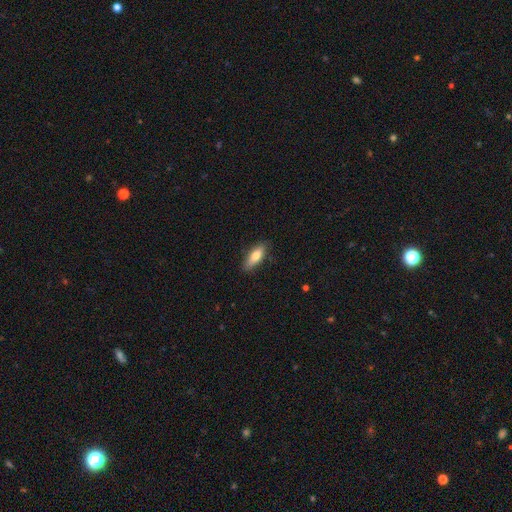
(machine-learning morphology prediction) This is likely a smooth galaxy (76%). How rounded: possibly in between (57%). Merging: clearly none (83%).